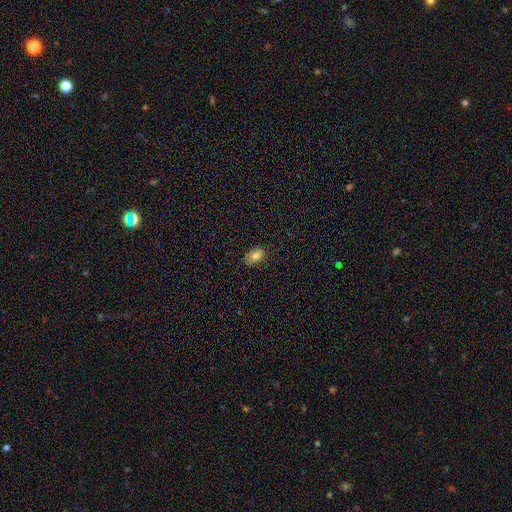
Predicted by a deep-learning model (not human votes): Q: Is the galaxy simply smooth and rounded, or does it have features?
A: smooth — 80%.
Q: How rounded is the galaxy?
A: in between — 86%.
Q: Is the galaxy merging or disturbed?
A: none — 74%.